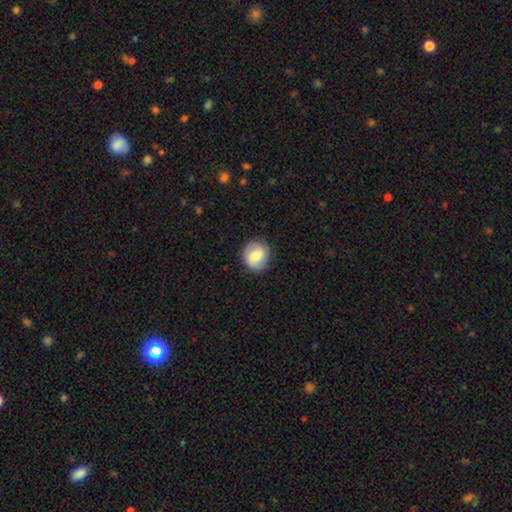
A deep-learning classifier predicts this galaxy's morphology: Overall: smooth (71%). How rounded: round (86%). Merging: none (87%).